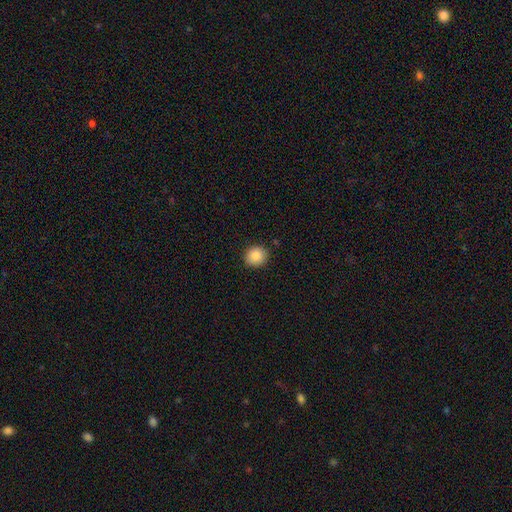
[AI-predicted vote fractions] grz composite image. It shows a smooth galaxy with no disk features (87%) that is round (84%). Merging: none (90%).